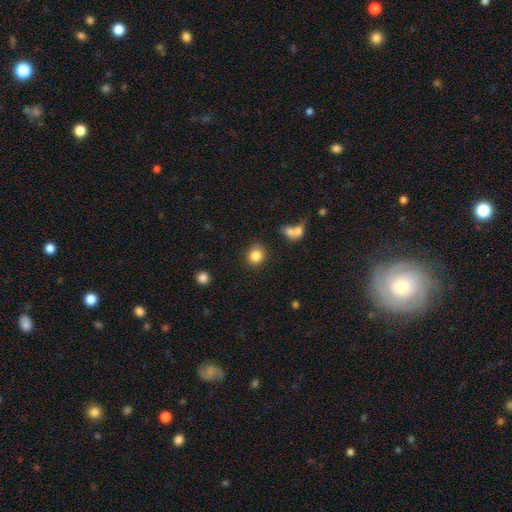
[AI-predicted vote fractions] smooth 84%, star or artifact 10%, featured or disk 6%. Down the decision tree: how rounded — round (77%); merging — none (81%).